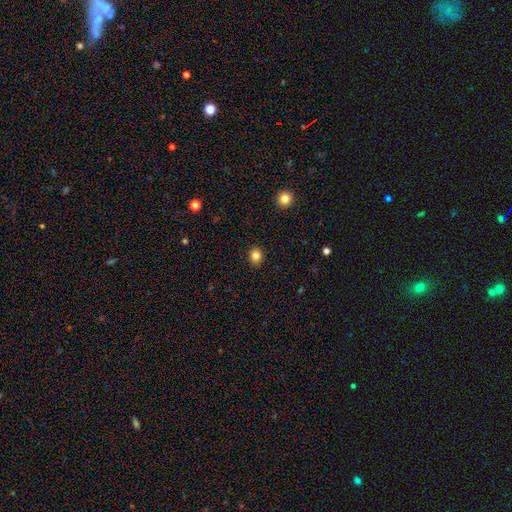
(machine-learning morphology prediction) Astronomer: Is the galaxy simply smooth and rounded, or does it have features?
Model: smooth — 83%.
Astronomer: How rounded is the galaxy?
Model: round — 70%.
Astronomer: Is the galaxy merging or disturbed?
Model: none — 91%.